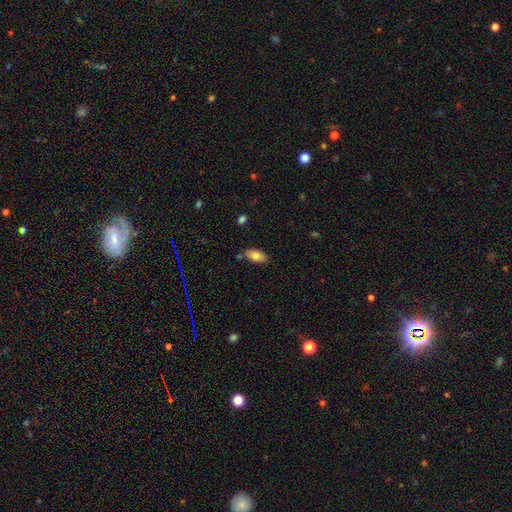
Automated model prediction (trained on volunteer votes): Smooth or featured? Predicted: smooth (p=0.78). How rounded? Predicted: in between (p=0.90). Merging? Predicted: none (p=0.78).